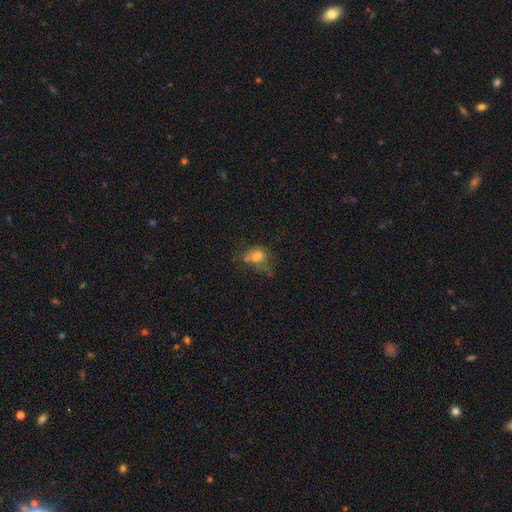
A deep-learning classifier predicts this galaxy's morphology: A smooth galaxy with no disk features (52%) that is in between round and cigar-shaped (51%).

Vote fractions:
- Smooth or featured? smooth: 52% / featured or disk: 26% / star or artifact: 22%
- How rounded? in between: 51% / round: 47% / cigar-shaped: 2%
- Merging? none: 37% / merger: 23% / major disturbance: 20% / minor disturbance: 19%